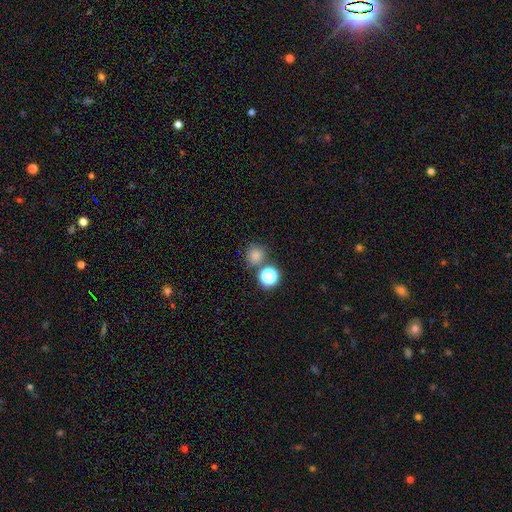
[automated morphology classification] Q: Smooth or featured?
A: smooth (77%); runner-up: star or artifact (17%)
Q: How rounded?
A: round (90%); runner-up: in between (9%)
Q: Merging?
A: none (72%); runner-up: merger (17%)